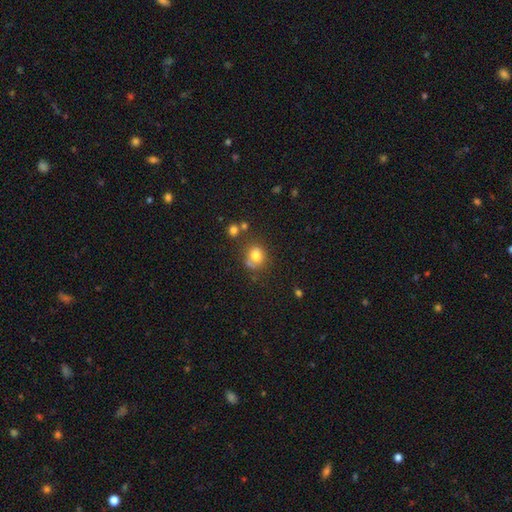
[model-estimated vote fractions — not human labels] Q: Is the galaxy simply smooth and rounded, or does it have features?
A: smooth — 77%.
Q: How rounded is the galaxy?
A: round — 71%.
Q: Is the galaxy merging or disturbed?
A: none — 56%.